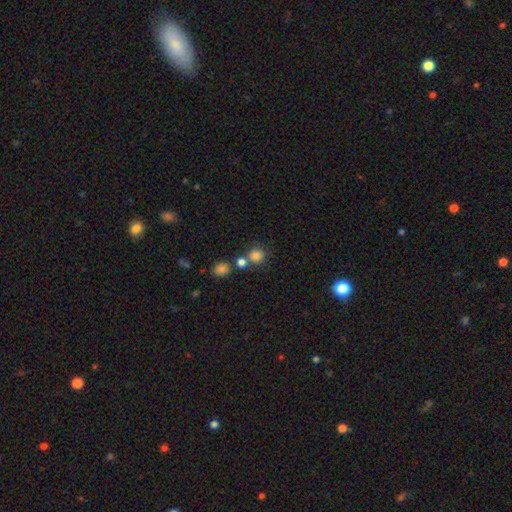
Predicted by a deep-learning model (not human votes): Smooth or featured: smooth — 82% (star or artifact — 12%)
How rounded: round — 87% (in between — 12%)
Merging: none — 60% (merger — 27%)